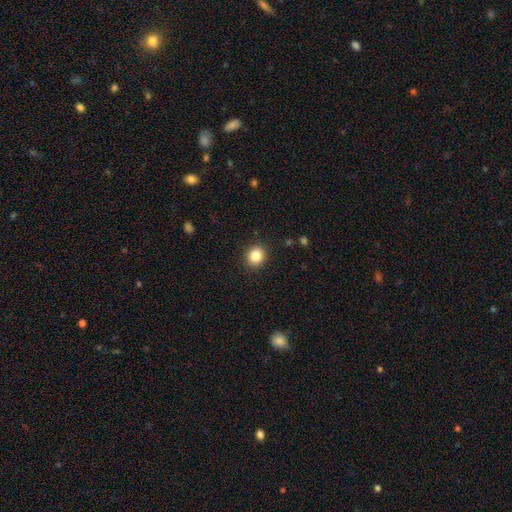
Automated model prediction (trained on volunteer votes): Overall: smooth (84%). How rounded: round (77%). Merging: none (90%).